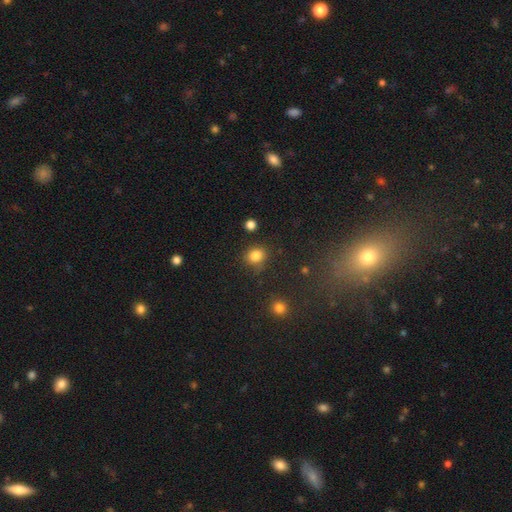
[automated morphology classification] This appears to be a smooth galaxy with no disk features (82%) that is round (75%). Merging: none (77%).